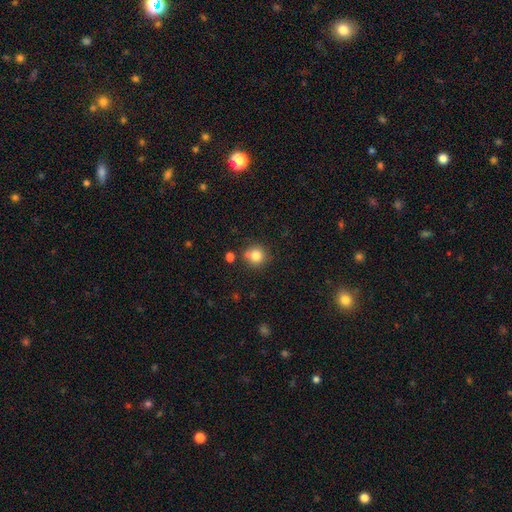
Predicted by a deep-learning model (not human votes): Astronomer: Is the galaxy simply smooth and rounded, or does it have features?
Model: smooth — 81%.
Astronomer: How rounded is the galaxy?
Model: round — 89%.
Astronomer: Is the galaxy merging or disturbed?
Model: none — 77%.